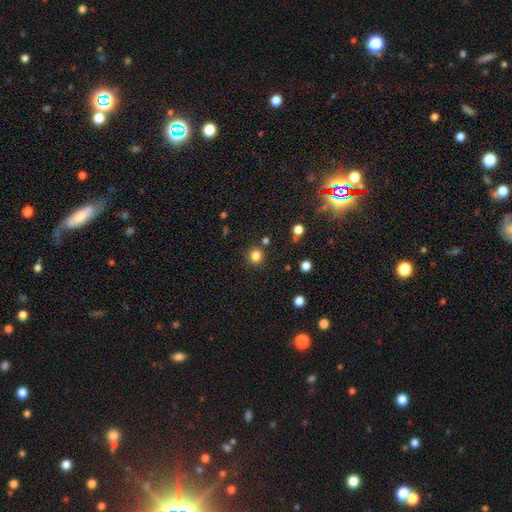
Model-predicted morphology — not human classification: This appears to be a smooth galaxy with no disk features (82%) that is round (92%). Merging: none (87%).